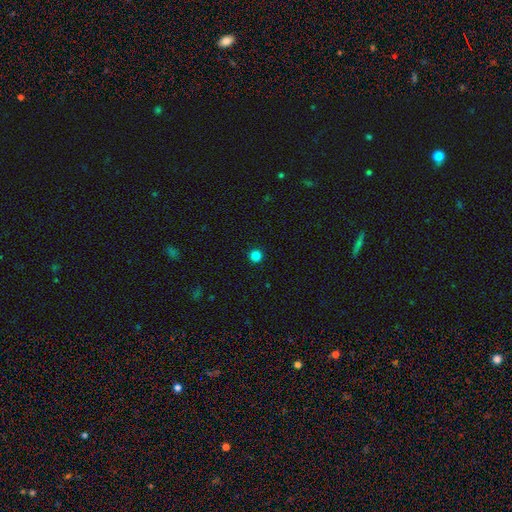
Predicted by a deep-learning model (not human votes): This appears to be a smooth galaxy with no disk features (84%) that is round (96%). Merging: none (94%).